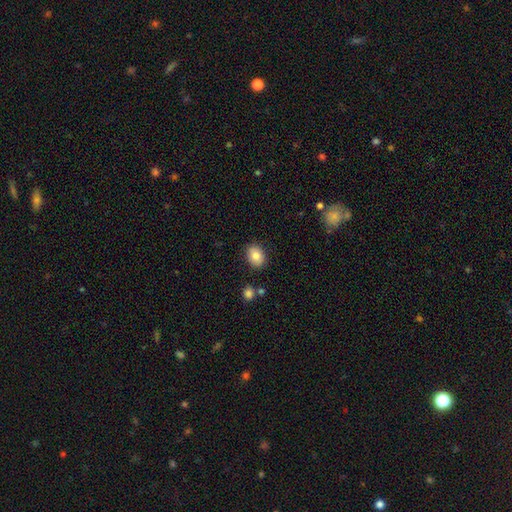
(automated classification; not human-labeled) This is clearly a smooth galaxy (82%). How rounded: likely in between (66%). Merging: clearly none (86%).